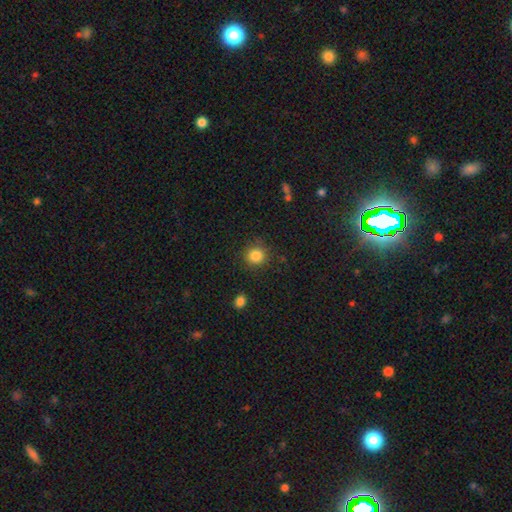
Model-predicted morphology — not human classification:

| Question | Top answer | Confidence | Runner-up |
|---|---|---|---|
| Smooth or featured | smooth | 85% | star or artifact (11%) |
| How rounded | round | 90% | in between (9%) |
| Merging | none | 86% | minor disturbance (9%) |